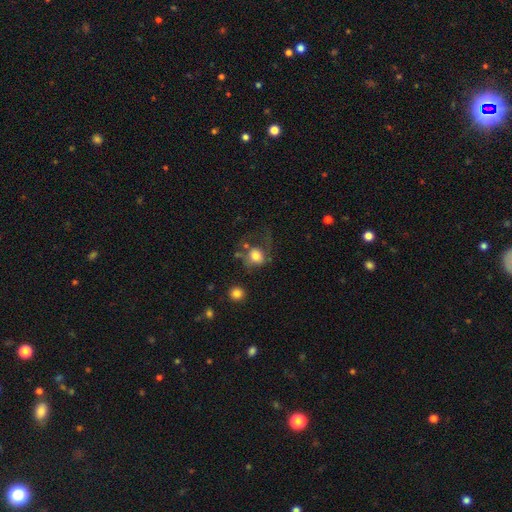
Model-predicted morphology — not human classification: smooth 70%, featured or disk 20%, star or artifact 10%. Down the decision tree: how rounded — round (62%); merging — major disturbance (37%).